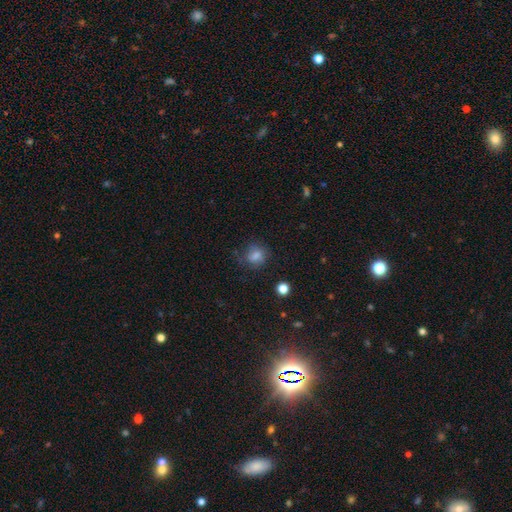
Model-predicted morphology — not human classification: smooth 70%, star or artifact 17%, featured or disk 13%. Down the decision tree: how rounded — round (69%); merging — none (68%).